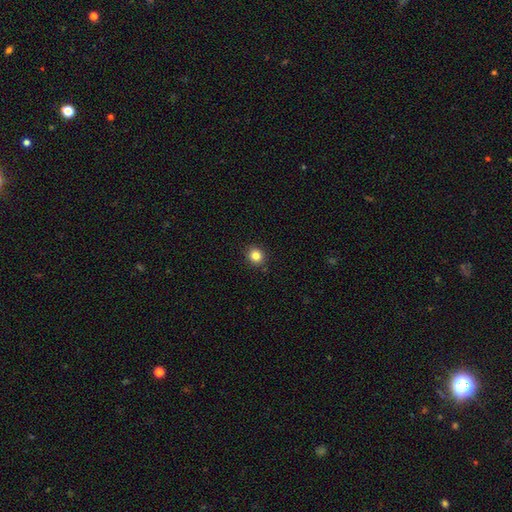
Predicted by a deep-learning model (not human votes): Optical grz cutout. It shows a smooth galaxy with no disk features (83%) that is round (87%). Merging: none (91%).